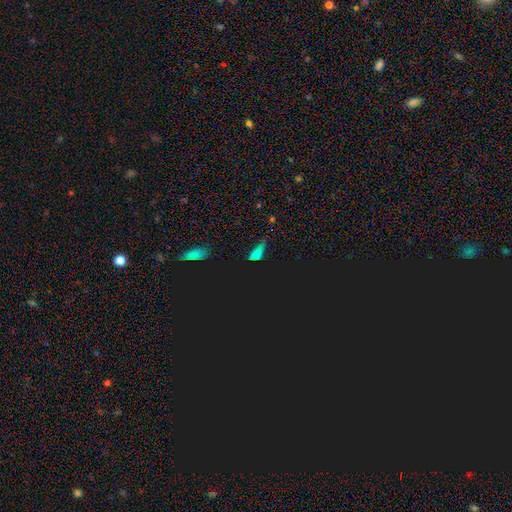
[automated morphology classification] Smooth or featured? Predicted: star or artifact (p=0.53).